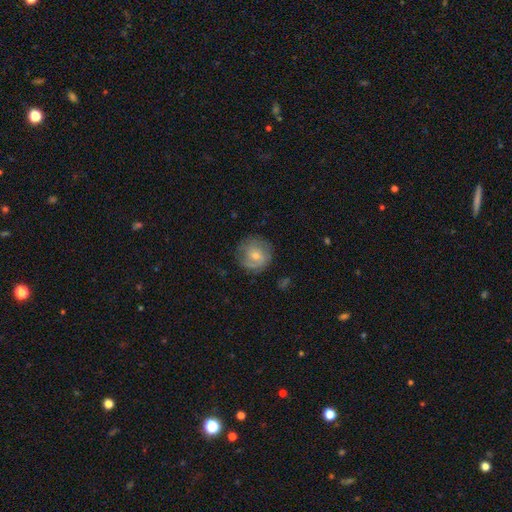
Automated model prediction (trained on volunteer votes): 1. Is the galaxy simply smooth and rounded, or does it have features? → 51% featured or disk, 39% smooth, 9% star or artifact.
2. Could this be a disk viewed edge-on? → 96% no, 4% yes.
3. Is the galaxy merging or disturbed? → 75% none, 17% minor disturbance, 6% major disturbance, 1% merger.